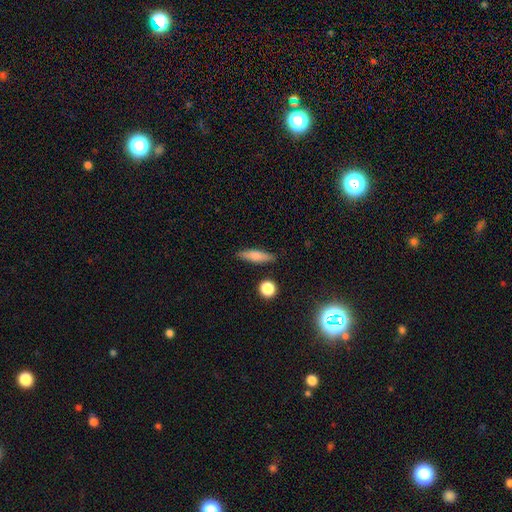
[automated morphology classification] Smooth or featured?
  - smooth: 73% *
  - featured or disk: 20%
  - star or artifact: 8%
How rounded?
  - cigar-shaped: 72% *
  - in between: 25%
  - round: 4%
Merging?
  - none: 86% *
  - minor disturbance: 10%
  - merger: 2%
  - major disturbance: 2%